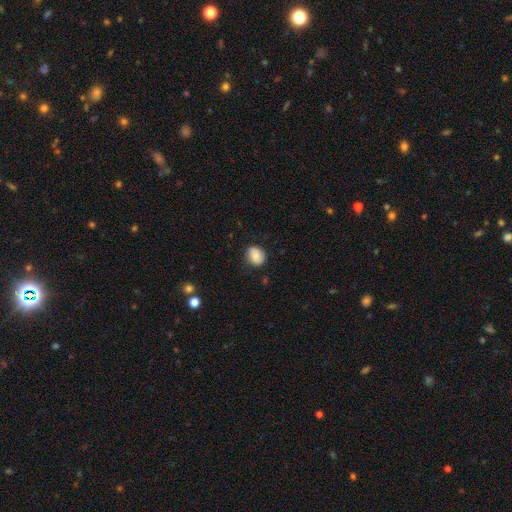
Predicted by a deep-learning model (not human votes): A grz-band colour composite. It shows a smooth galaxy with no disk features (80%) that is round (58%). Merging: none (80%).